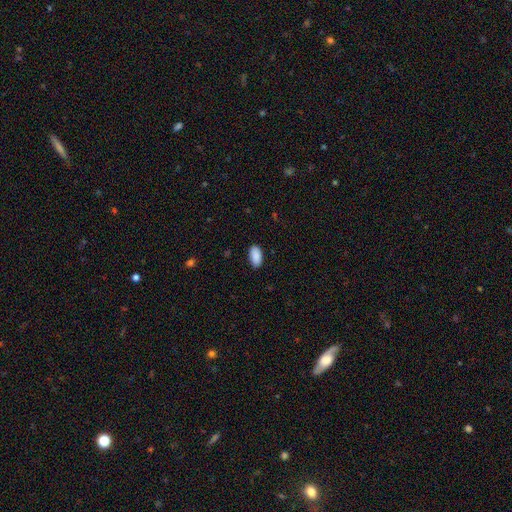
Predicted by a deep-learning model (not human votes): smooth_or_featured: smooth (p=0.91) [alt: star or artifact p=0.07]
how_rounded: in between (p=0.95) [alt: round p=0.03]
merging: none (p=0.86) [alt: minor disturbance p=0.11]